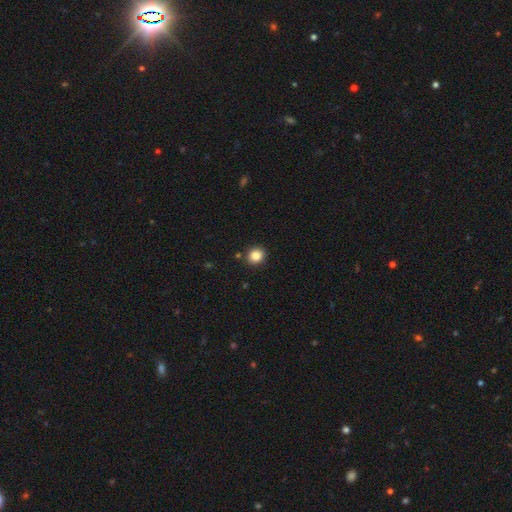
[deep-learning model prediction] Smooth or featured? Predicted: smooth (p=0.86). How rounded? Predicted: round (p=0.76). Merging? Predicted: none (p=0.87).